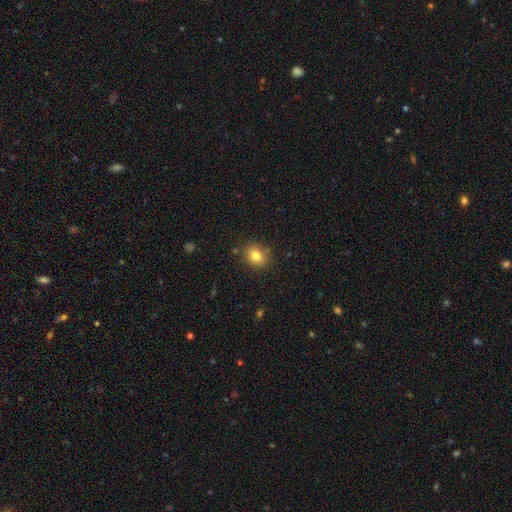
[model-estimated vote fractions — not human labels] Smooth or featured? Predicted: smooth (p=0.81). How rounded? Predicted: round (p=0.63). Merging? Predicted: none (p=0.85).